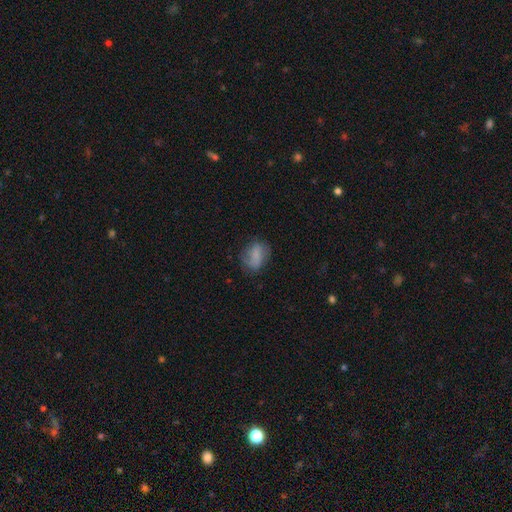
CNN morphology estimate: Smooth or featured?
  - smooth: 68% *
  - featured or disk: 23%
  - star or artifact: 9%
How rounded?
  - in between: 71% *
  - round: 27%
  - cigar-shaped: 2%
Merging?
  - none: 58% *
  - minor disturbance: 26%
  - major disturbance: 14%
  - merger: 2%